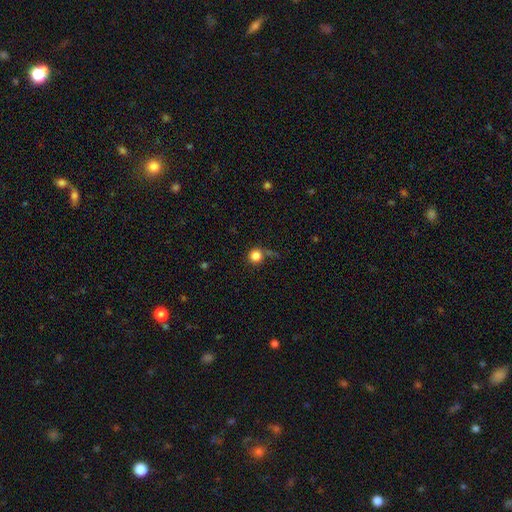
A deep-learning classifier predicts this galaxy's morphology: smooth-or-featured: smooth: 83% | star or artifact: 11% | featured or disk: 6%
  how-rounded: round: 93% | in between: 6% | cigar-shaped: 1%
  merging: none: 67% | minor disturbance: 16% | major disturbance: 9% | merger: 8%